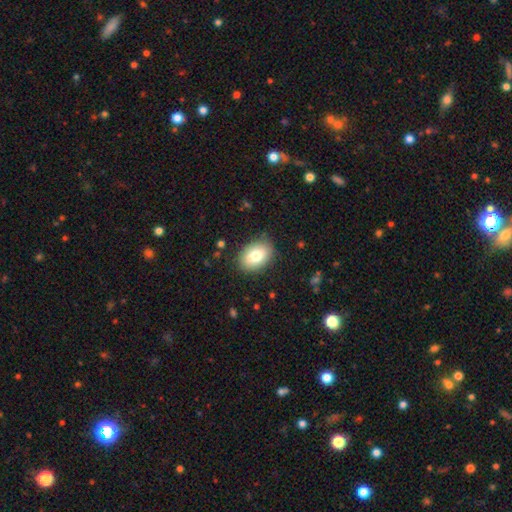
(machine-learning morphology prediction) A smooth galaxy with no disk features (78%) that is in between round and cigar-shaped (80%). Merging: none (86%).